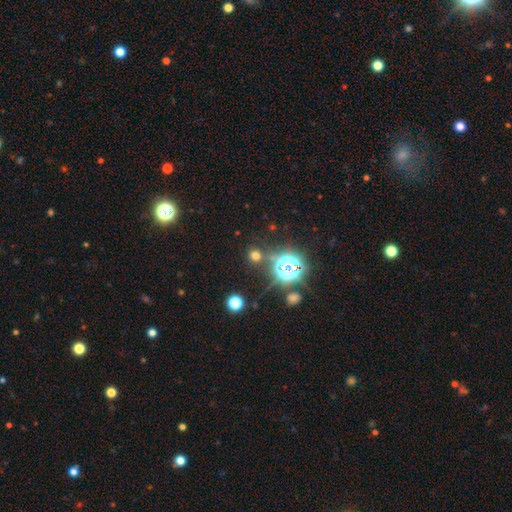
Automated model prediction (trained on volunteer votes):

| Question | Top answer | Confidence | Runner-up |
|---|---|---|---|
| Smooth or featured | smooth | 55% | star or artifact (38%) |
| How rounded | round | 89% | in between (10%) |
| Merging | none | 80% | minor disturbance (8%) |